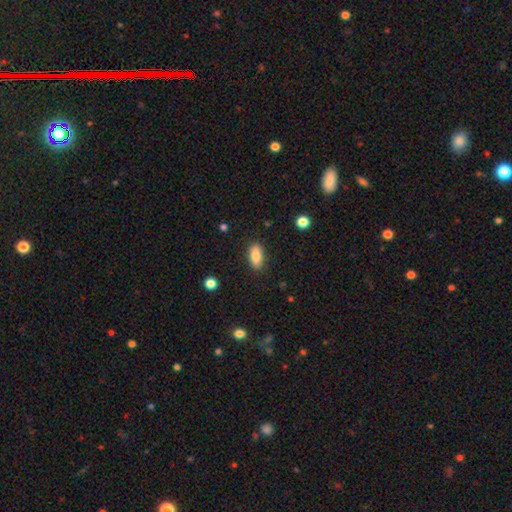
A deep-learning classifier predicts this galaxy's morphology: Smooth or featured? smooth (85%)
How rounded? in between (84%)
Merging? none (87%)